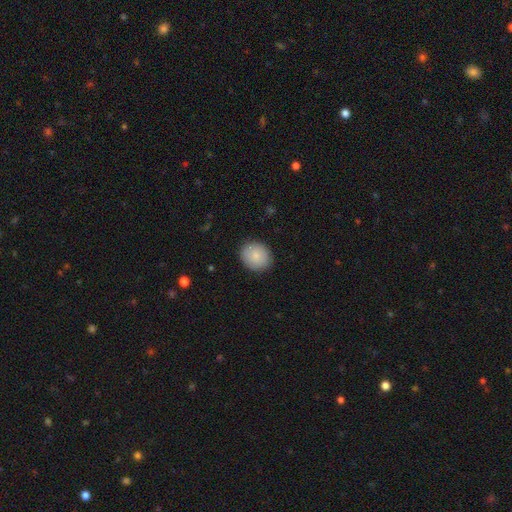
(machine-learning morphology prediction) Smooth or featured?
  - smooth: 85% *
  - featured or disk: 8%
  - star or artifact: 7%
How rounded?
  - round: 74% *
  - in between: 25%
  - cigar-shaped: 1%
Merging?
  - none: 88% *
  - minor disturbance: 9%
  - major disturbance: 2%
  - merger: 1%